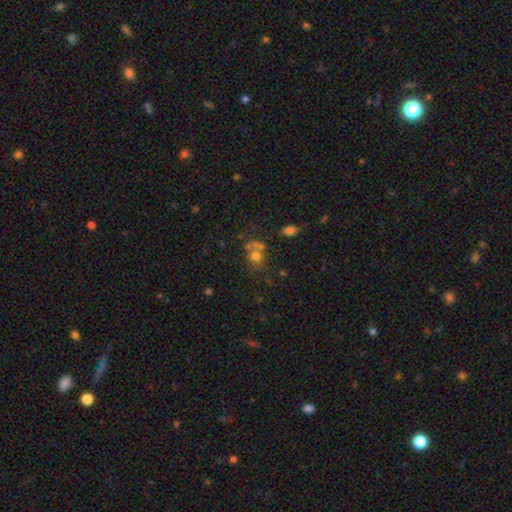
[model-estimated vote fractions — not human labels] Overall: smooth (64%). How rounded: round (70%). Merging: none (46%; merger 35%).